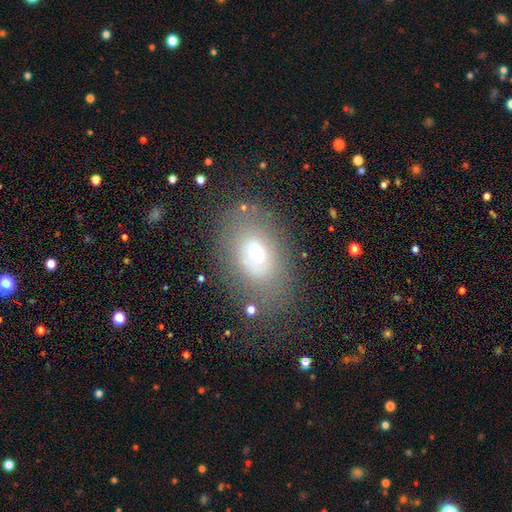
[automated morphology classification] Smooth or featured: smooth — 53% (featured or disk — 33%)
How rounded: in between — 79% (round — 19%)
Merging: none — 68% (minor disturbance — 17%)